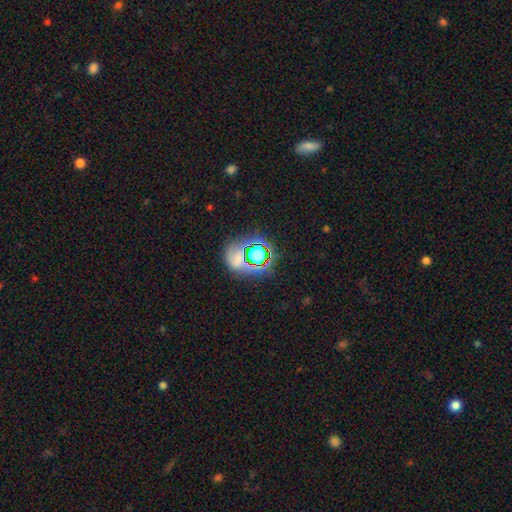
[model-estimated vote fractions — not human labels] Q: Smooth or featured?
A: star or artifact (59%); runner-up: smooth (26%)